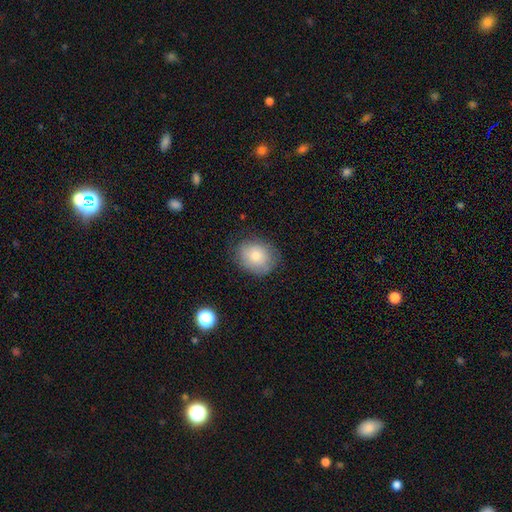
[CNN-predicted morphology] Smooth or featured?
  - smooth: 79% *
  - featured or disk: 13%
  - star or artifact: 8%
How rounded?
  - round: 57% *
  - in between: 42%
  - cigar-shaped: 1%
Merging?
  - none: 76% *
  - minor disturbance: 18%
  - major disturbance: 5%
  - merger: 1%